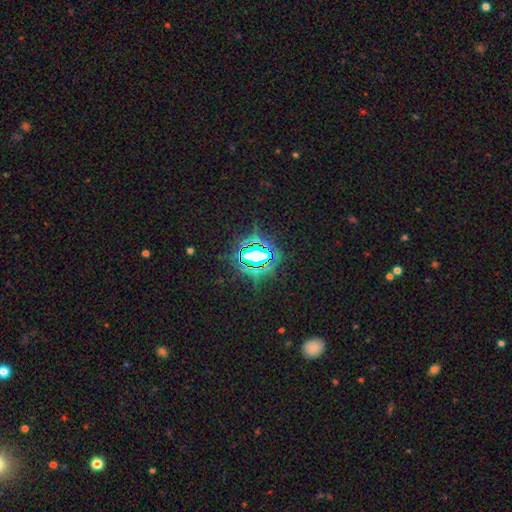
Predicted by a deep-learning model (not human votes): Smooth or featured?
  - star or artifact: 78% *
  - smooth: 11%
  - featured or disk: 10%